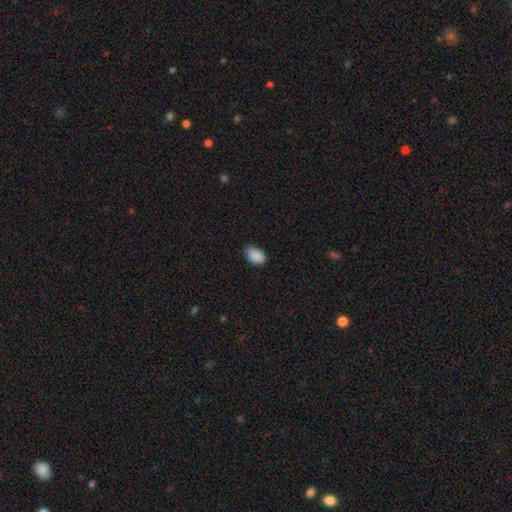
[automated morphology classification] This is clearly a smooth galaxy (89%). How rounded: clearly in between (89%). Merging: likely none (72%).